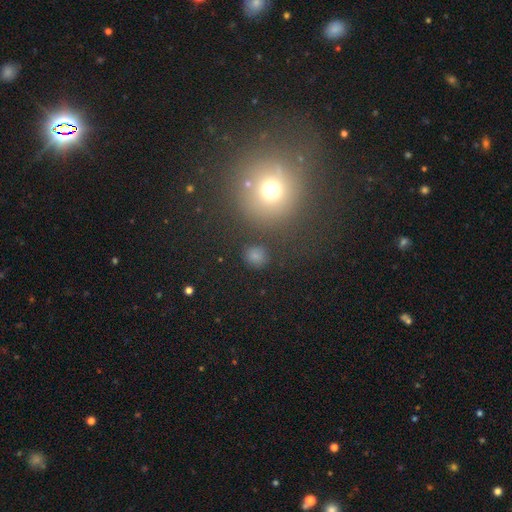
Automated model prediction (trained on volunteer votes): This appears to be a smooth galaxy with no disk features (73%) that is round (80%). Merging: none (82%).